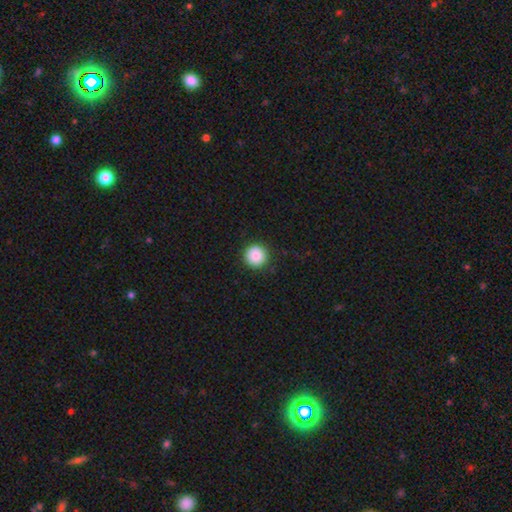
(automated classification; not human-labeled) Smooth or featured?
  - smooth: 87% *
  - star or artifact: 9%
  - featured or disk: 4%
How rounded?
  - round: 96% *
  - in between: 3%
  - cigar-shaped: 1%
Merging?
  - none: 92% *
  - minor disturbance: 5%
  - major disturbance: 2%
  - merger: 1%